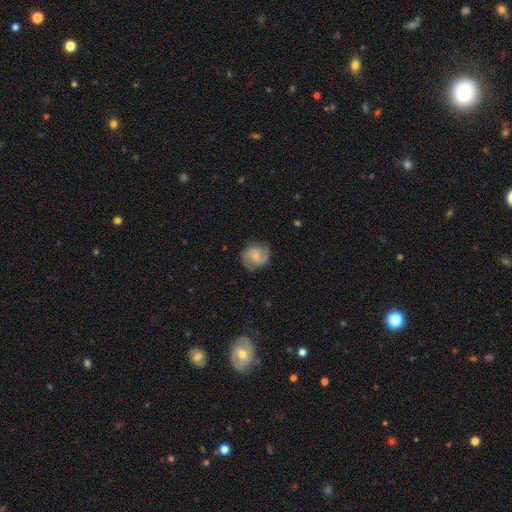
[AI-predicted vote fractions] Smooth or featured? Predicted: featured or disk (p=0.68). Edge-on disk? Predicted: no (p=0.98). Bar? Predicted: no (p=0.53). Spiral arms? Predicted: yes (p=0.94). Spiral winding? Predicted: medium (p=0.51). Spiral arm count? Predicted: 2 (p=0.84). Bulge size? Predicted: small (p=0.50). Merging? Predicted: none (p=0.77).